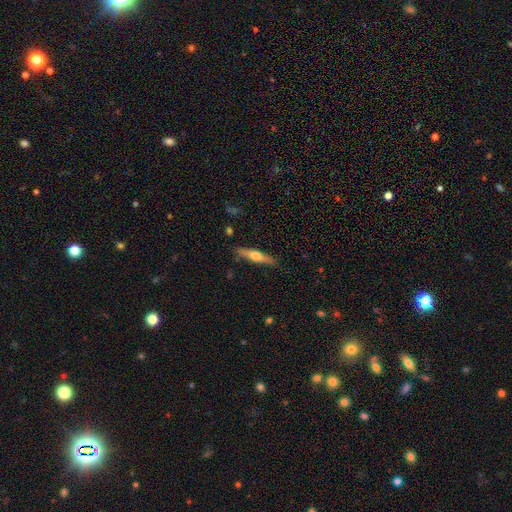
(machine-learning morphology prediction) smooth_or_featured: featured or disk (p=0.56) [alt: smooth p=0.39]
disk_edge_on: yes (p=0.95) [alt: no p=0.05]
edge_on_bulge: rounded (p=0.92) [alt: none p=0.04]
merging: none (p=0.87) [alt: minor disturbance p=0.09]